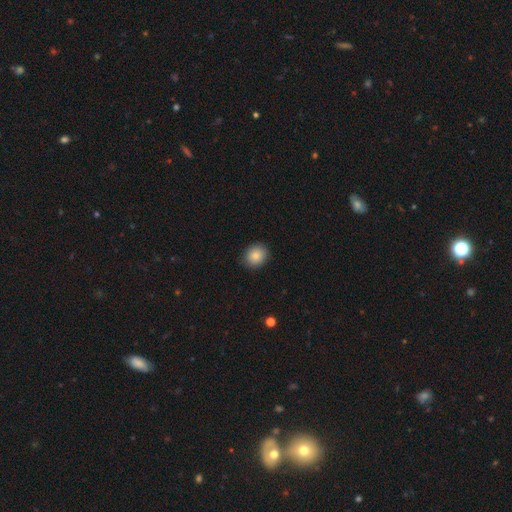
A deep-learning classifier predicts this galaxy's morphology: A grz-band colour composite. It shows a smooth galaxy with no disk features (85%) that is round (71%). Merging: none (86%).